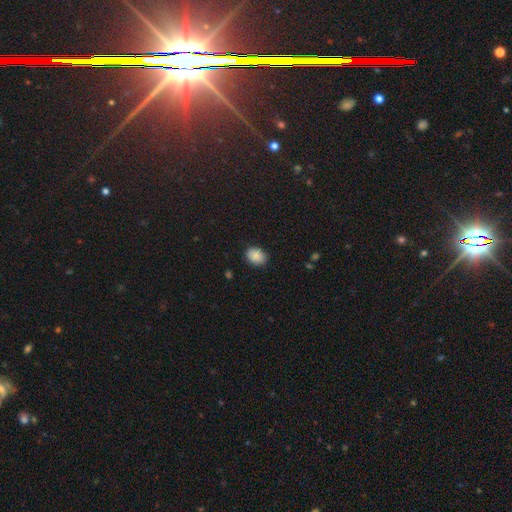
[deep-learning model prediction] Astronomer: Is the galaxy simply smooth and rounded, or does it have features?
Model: smooth — 88%.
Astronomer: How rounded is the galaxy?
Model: in between — 66%.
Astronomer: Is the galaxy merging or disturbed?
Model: none — 87%.